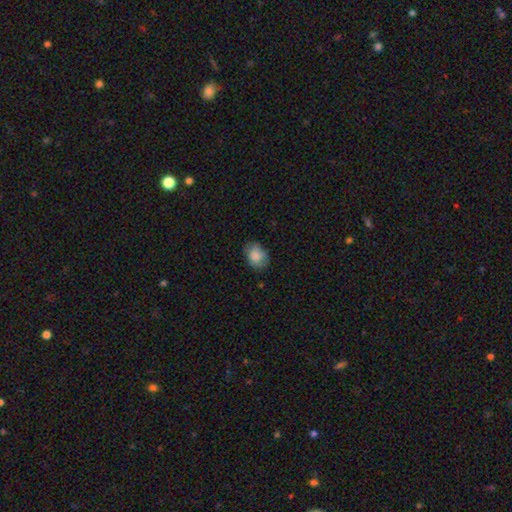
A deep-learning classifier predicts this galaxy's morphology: This is clearly a smooth galaxy (83%). How rounded: likely in between (64%). Merging: likely none (70%).